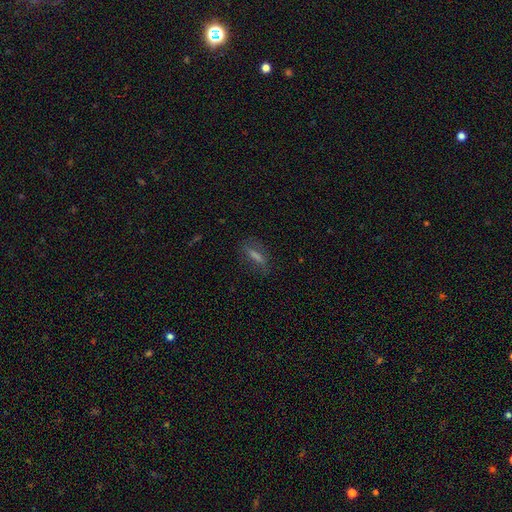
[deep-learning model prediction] Overall: smooth (54%; featured or disk 26%). How rounded: cigar-shaped (64%; in between 32%). Merging: none (76%).